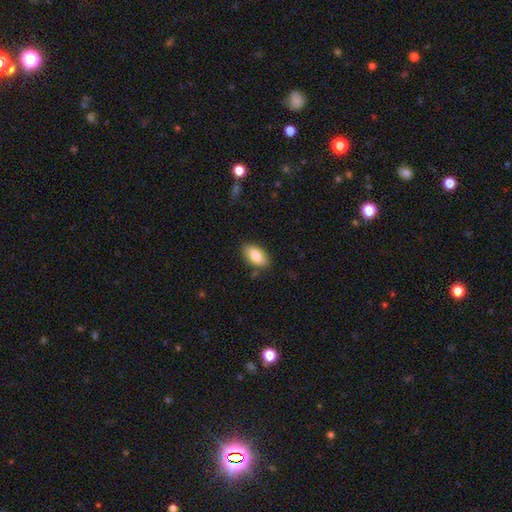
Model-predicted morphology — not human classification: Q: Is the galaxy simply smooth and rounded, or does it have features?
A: smooth — 83%.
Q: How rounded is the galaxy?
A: in between — 93%.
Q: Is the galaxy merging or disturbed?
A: none — 83%.